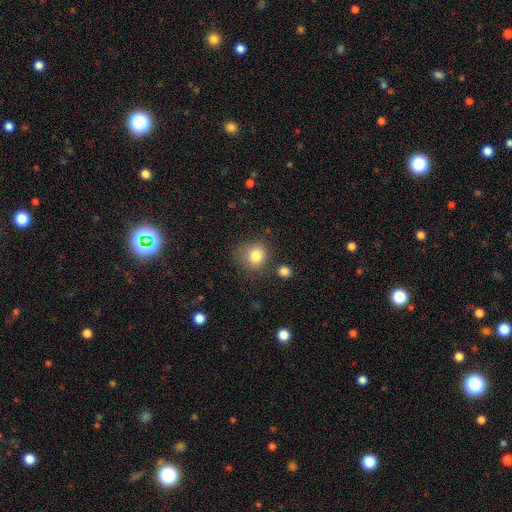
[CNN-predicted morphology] Smooth or featured: smooth — 82% (star or artifact — 11%)
How rounded: round — 81% (in between — 18%)
Merging: none — 69% (minor disturbance — 18%)